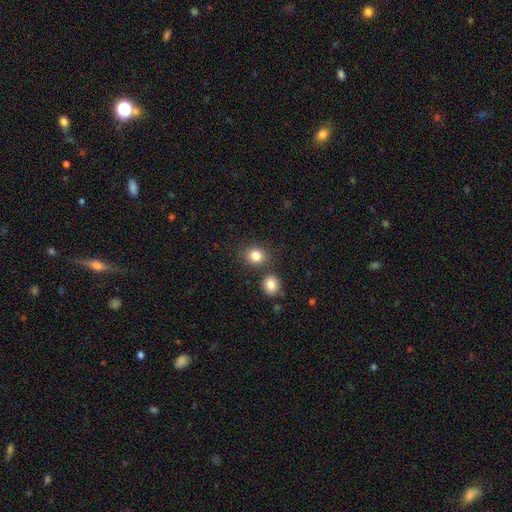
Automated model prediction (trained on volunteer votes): smooth_or_featured: smooth (p=0.83) [alt: star or artifact p=0.11]
how_rounded: round (p=0.71) [alt: in between p=0.28]
merging: none (p=0.76) [alt: merger p=0.12]